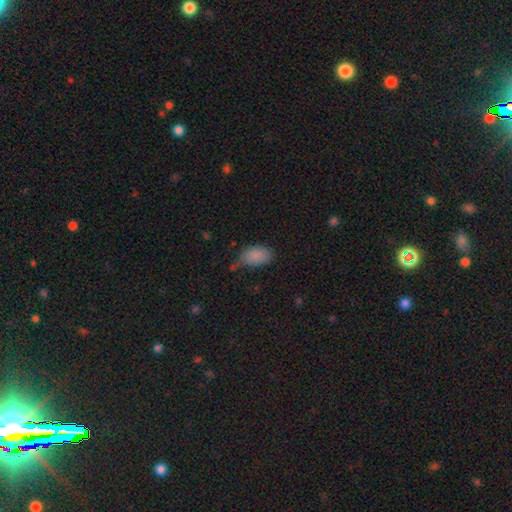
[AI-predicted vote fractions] This is clearly a smooth galaxy (87%). How rounded: clearly in between (92%). Merging: likely none (65%).